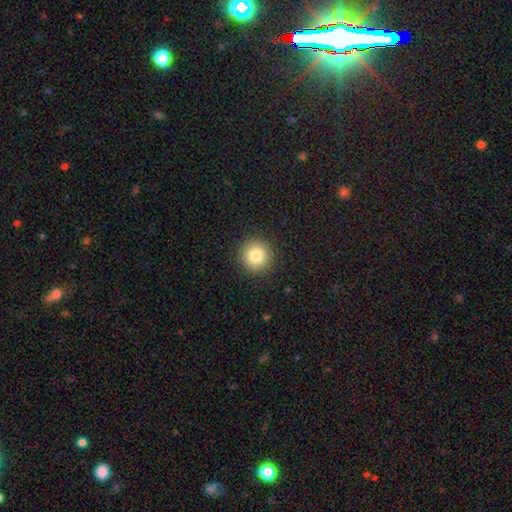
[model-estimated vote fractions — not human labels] Smooth or featured? Predicted: smooth (p=0.83). How rounded? Predicted: round (p=0.95). Merging? Predicted: none (p=0.92).